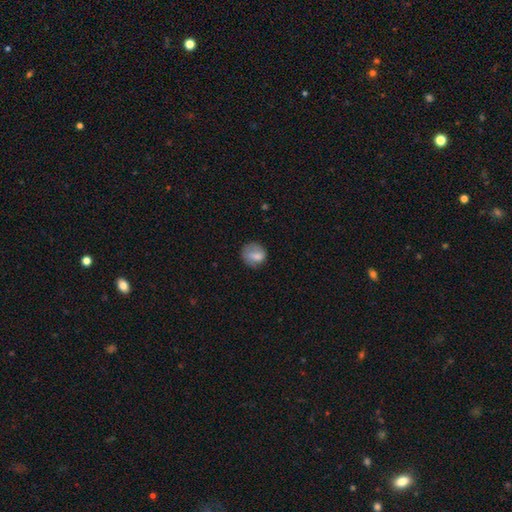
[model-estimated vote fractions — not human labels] smooth-or-featured: smooth: 76% | featured or disk: 16% | star or artifact: 8%
  how-rounded: round: 73% | in between: 26% | cigar-shaped: 1%
  merging: none: 65% | minor disturbance: 23% | major disturbance: 11% | merger: 2%